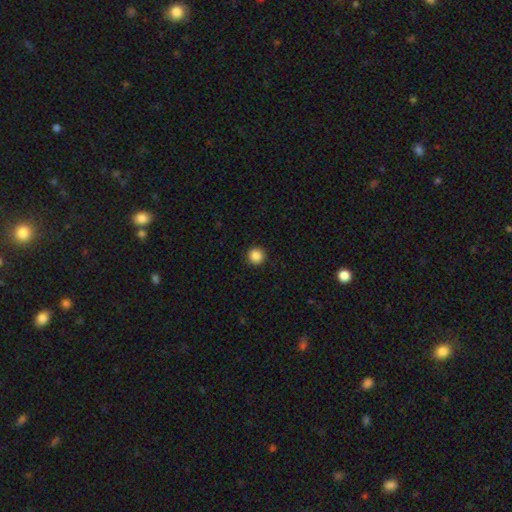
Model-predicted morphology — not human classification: Smooth or featured?
  - smooth: 87% *
  - star or artifact: 10%
  - featured or disk: 3%
How rounded?
  - round: 95% *
  - in between: 4%
  - cigar-shaped: 1%
Merging?
  - none: 93% *
  - minor disturbance: 5%
  - major disturbance: 2%
  - merger: 1%